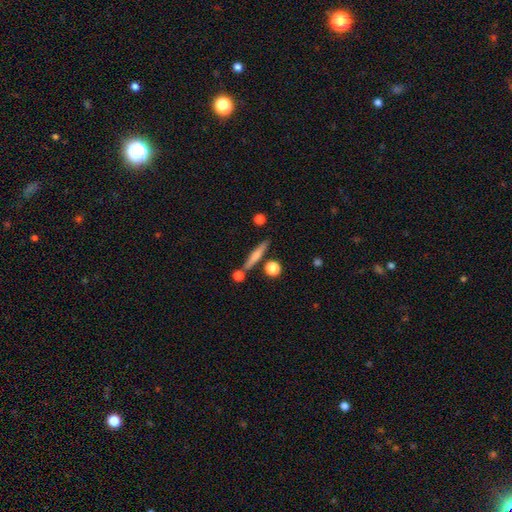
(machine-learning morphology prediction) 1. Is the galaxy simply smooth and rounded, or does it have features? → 60% smooth, 33% featured or disk, 7% star or artifact.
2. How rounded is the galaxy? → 88% cigar-shaped, 8% in between, 4% round.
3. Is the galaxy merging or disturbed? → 78% none, 11% minor disturbance, 9% merger, 3% major disturbance.